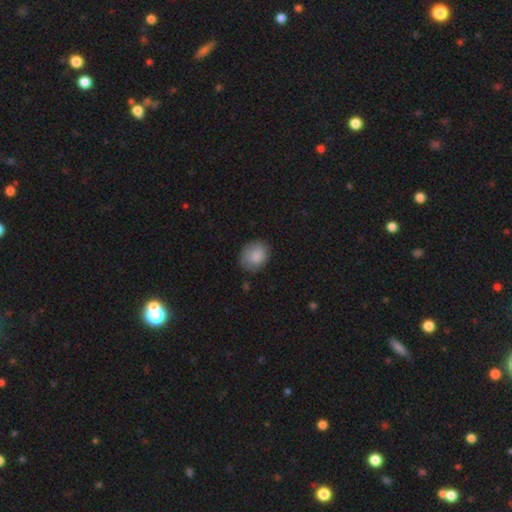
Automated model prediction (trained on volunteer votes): This is clearly a smooth galaxy (86%). How rounded: likely round (64%). Merging: likely none (75%).